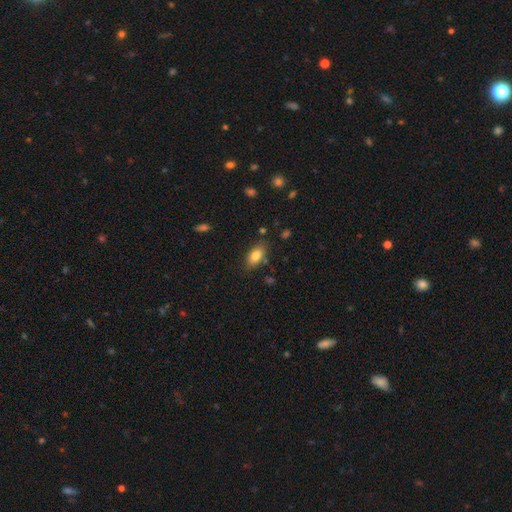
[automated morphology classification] smooth-or-featured: smooth: 80% | featured or disk: 12% | star or artifact: 8%
  how-rounded: in between: 87% | cigar-shaped: 7% | round: 6%
  merging: none: 79% | minor disturbance: 15% | major disturbance: 3% | merger: 3%